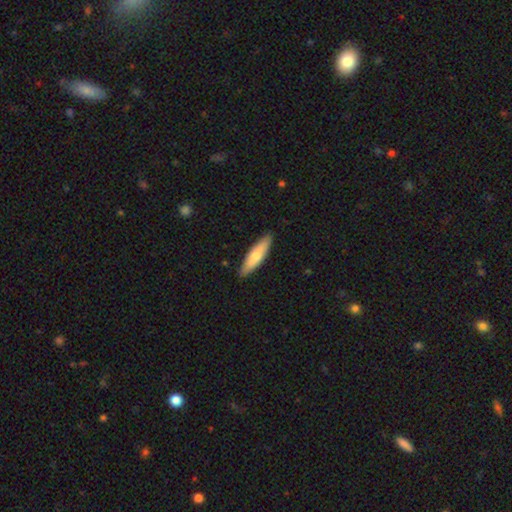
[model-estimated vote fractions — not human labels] Smooth or featured?
  - smooth: 66% *
  - featured or disk: 29%
  - star or artifact: 5%
How rounded?
  - cigar-shaped: 67% *
  - in between: 32%
  - round: 2%
Merging?
  - none: 88% *
  - minor disturbance: 9%
  - major disturbance: 2%
  - merger: 1%